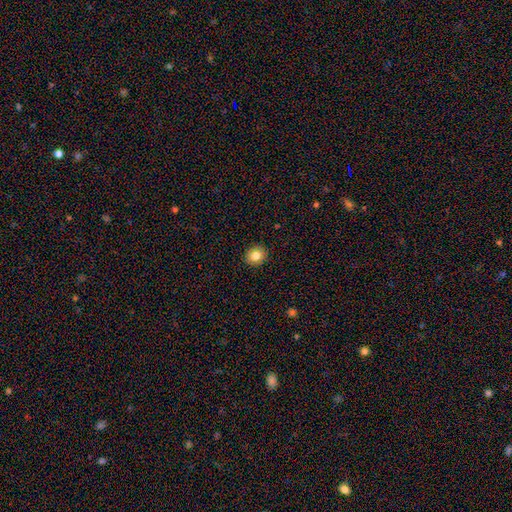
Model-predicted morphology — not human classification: The model was most divided on "how rounded": round: 81%, in between: 18%, cigar-shaped: 1%. More confident: merging — none (92%); smooth or featured — smooth (82%).